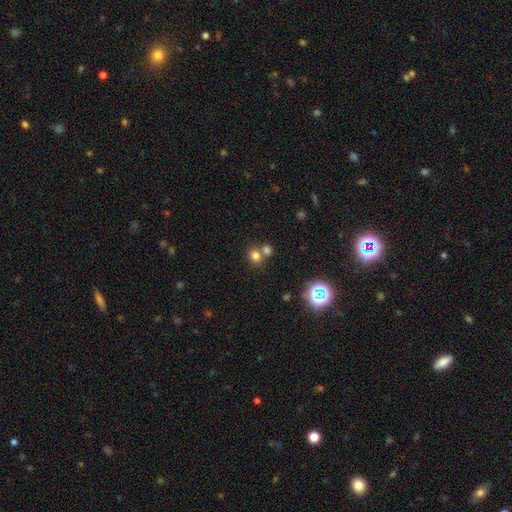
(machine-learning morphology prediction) smooth-or-featured: smooth: 74% | star or artifact: 18% | featured or disk: 8%
  how-rounded: round: 70% | in between: 29% | cigar-shaped: 1%
  merging: none: 51% | merger: 39% | minor disturbance: 7% | major disturbance: 3%